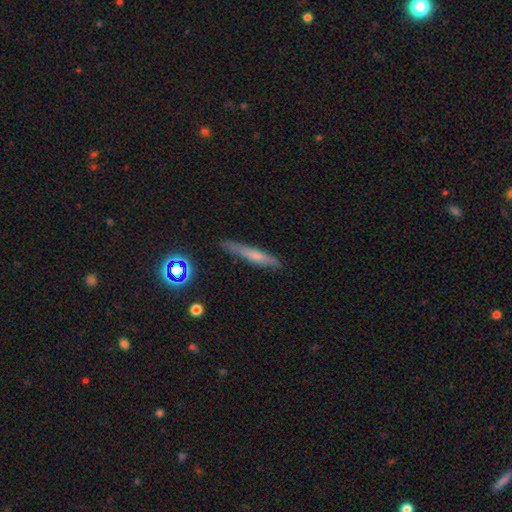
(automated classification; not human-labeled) A smooth galaxy with no disk features (59%) that is cigar-shaped (91%). Merging: none (77%).